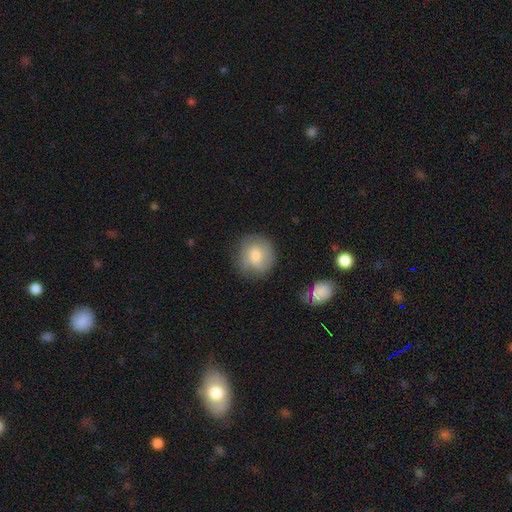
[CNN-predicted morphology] smooth-or-featured: smooth: 63% | featured or disk: 30% | star or artifact: 7%
  how-rounded: round: 88% | in between: 11% | cigar-shaped: 1%
  merging: none: 75% | minor disturbance: 17% | major disturbance: 6% | merger: 2%